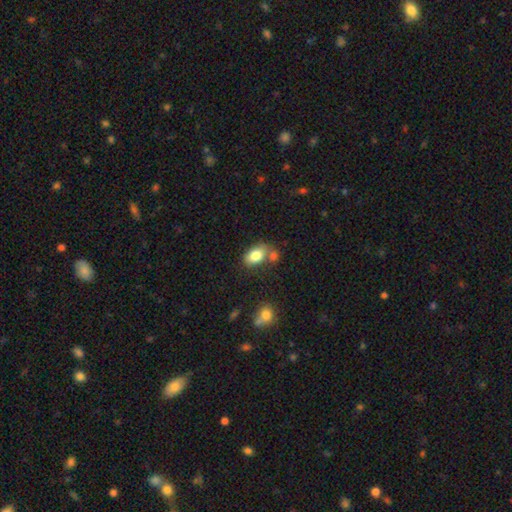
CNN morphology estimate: This appears to be a smooth galaxy with no disk features (82%) that is in between round and cigar-shaped (87%). Merging: none (57%).